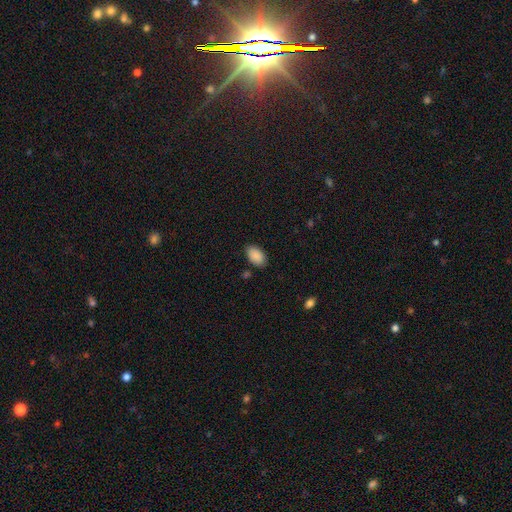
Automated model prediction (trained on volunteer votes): A smooth galaxy with no disk features (90%) that is in between round and cigar-shaped (93%). Merging: none (84%).